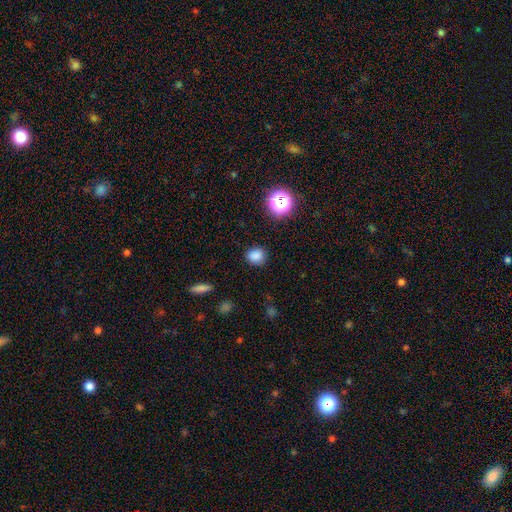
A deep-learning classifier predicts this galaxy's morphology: Smooth or featured? smooth (81%)
How rounded? round (63%)
Merging? none (85%)